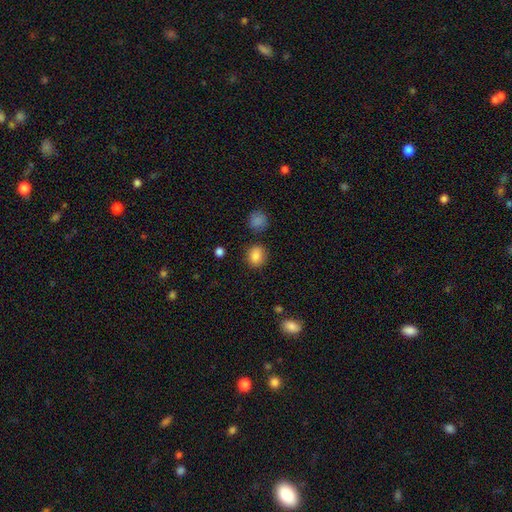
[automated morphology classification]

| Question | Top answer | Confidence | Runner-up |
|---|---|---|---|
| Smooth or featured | smooth | 85% | star or artifact (10%) |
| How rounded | round | 72% | in between (27%) |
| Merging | none | 85% | minor disturbance (9%) |